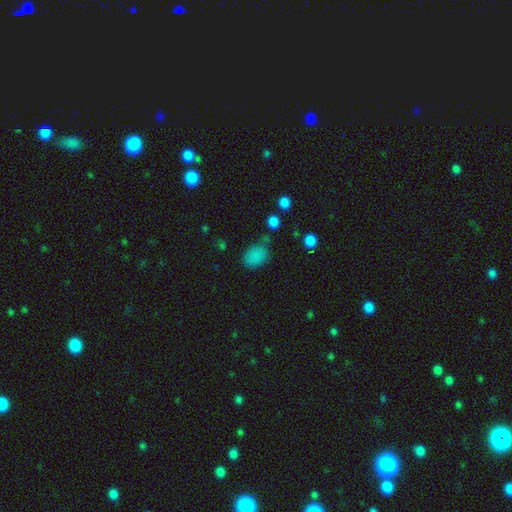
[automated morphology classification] A smooth galaxy with no disk features (82%) that is in between round and cigar-shaped (71%).

Vote fractions:
- Smooth or featured? smooth: 82% / star or artifact: 13% / featured or disk: 5%
- How rounded? in between: 71% / round: 28% / cigar-shaped: 1%
- Merging? none: 63% / minor disturbance: 23% / major disturbance: 8% / merger: 6%